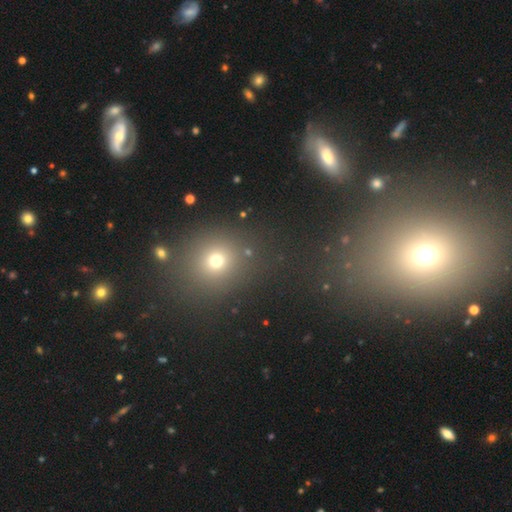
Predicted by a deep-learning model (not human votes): Morphology: type=smooth (61%); roundness=round (81%); merging=none (79%).